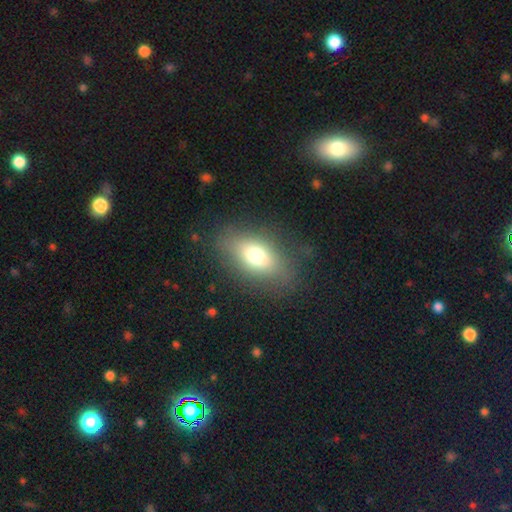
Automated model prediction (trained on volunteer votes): Morphology: type=smooth (70%); roundness=in between (81%); merging=none (75%).